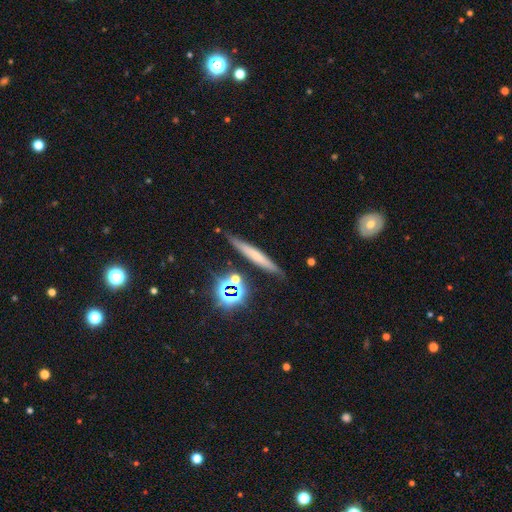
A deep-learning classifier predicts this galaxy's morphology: The model was most divided on "smooth or featured": smooth: 50%, featured or disk: 33%, star or artifact: 16%. More confident: how rounded — cigar-shaped (91%); merging — none (84%).